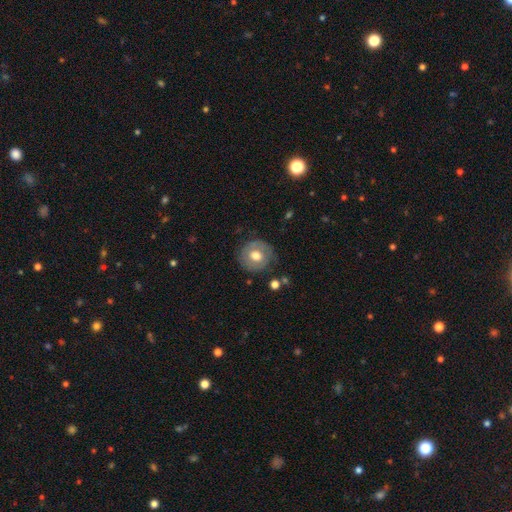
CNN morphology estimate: type=smooth (53%); roundness=round (88%); merging=none (80%).